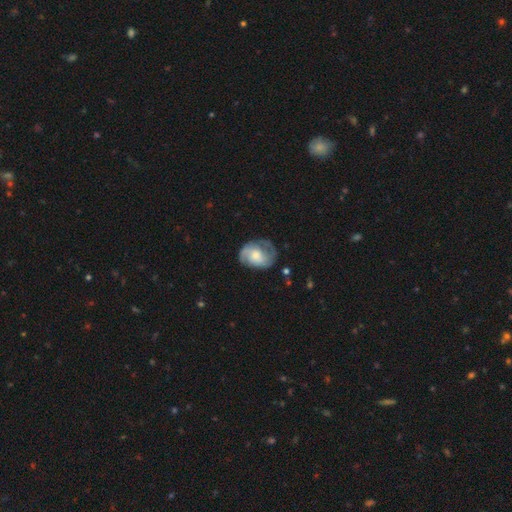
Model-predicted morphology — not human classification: Smooth or featured?
  - featured or disk: 66% *
  - smooth: 28%
  - star or artifact: 6%
Edge-on disk?
  - no: 97% *
  - yes: 3%
Bar?
  - no: 66% *
  - weak: 28%
  - strong: 5%
Spiral arms?
  - yes: 87% *
  - no: 13%
Spiral winding?
  - medium: 43% *
  - tight: 33%
  - loose: 23%
Spiral arm count?
  - 2: 66% *
  - can't tell: 18%
  - 3: 7%
  - 1: 5%
  - 4: 2%
  - more than 4: 2%
Bulge size?
  - moderate: 48% *
  - small: 37%
  - large: 9%
  - none: 4%
  - dominant: 2%
Merging?
  - none: 60% *
  - minor disturbance: 25%
  - major disturbance: 14%
  - merger: 2%